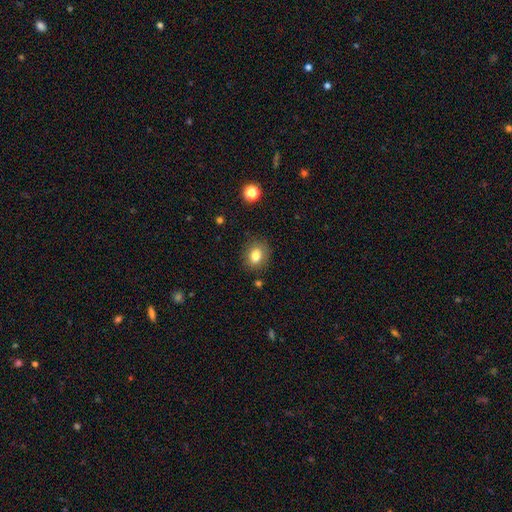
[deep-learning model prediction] Smooth or featured?
  - smooth: 81% *
  - star or artifact: 10%
  - featured or disk: 9%
How rounded?
  - round: 50% *
  - in between: 49%
  - cigar-shaped: 1%
Merging?
  - none: 83% *
  - minor disturbance: 12%
  - major disturbance: 3%
  - merger: 2%